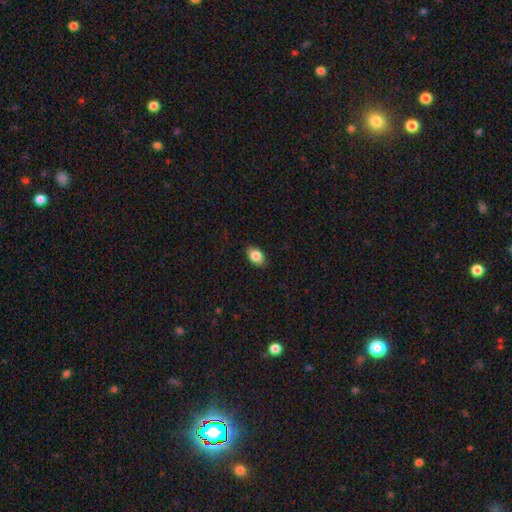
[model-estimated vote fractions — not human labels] This is clearly a smooth galaxy (86%). How rounded: clearly in between (84%). Merging: clearly none (87%).